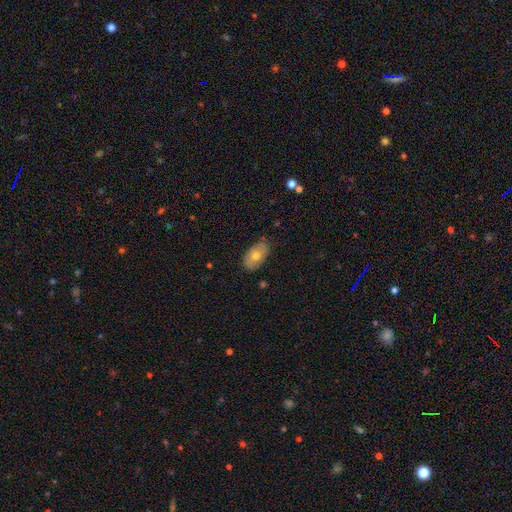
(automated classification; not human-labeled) Smooth or featured? smooth (63%)
How rounded? in between (91%)
Merging? none (77%)